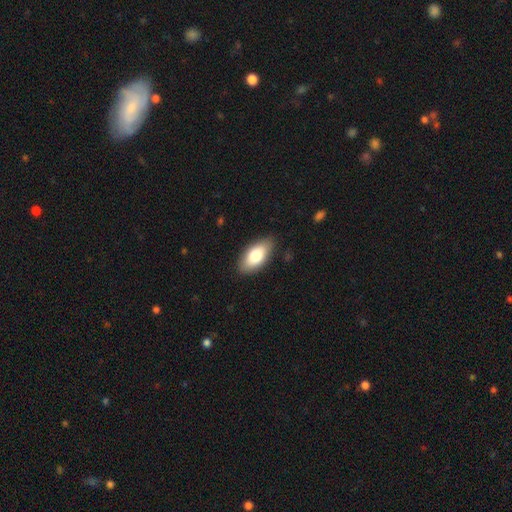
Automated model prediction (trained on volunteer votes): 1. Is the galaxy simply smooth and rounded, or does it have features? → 79% smooth, 15% featured or disk, 6% star or artifact.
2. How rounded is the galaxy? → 91% in between, 6% cigar-shaped, 3% round.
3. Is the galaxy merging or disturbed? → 85% none, 12% minor disturbance, 2% major disturbance, 1% merger.